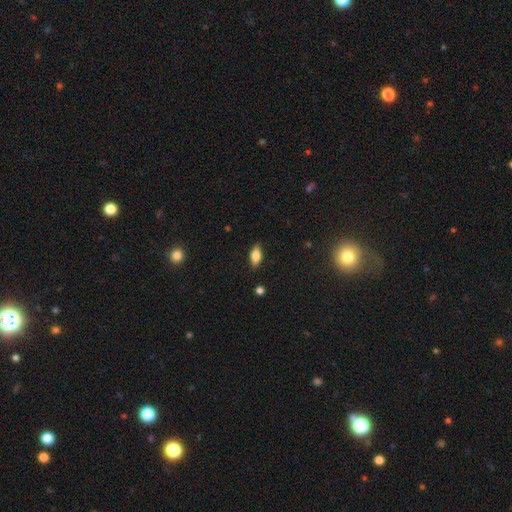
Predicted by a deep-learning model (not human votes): A smooth galaxy with no disk features (79%) that is in between round and cigar-shaped (86%). Merging: none (87%).